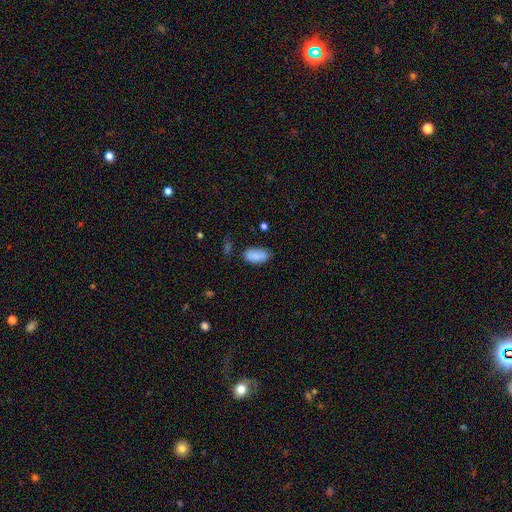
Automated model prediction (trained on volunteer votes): Morphology: type=smooth (84%); roundness=in between (94%); merging=none (69%).